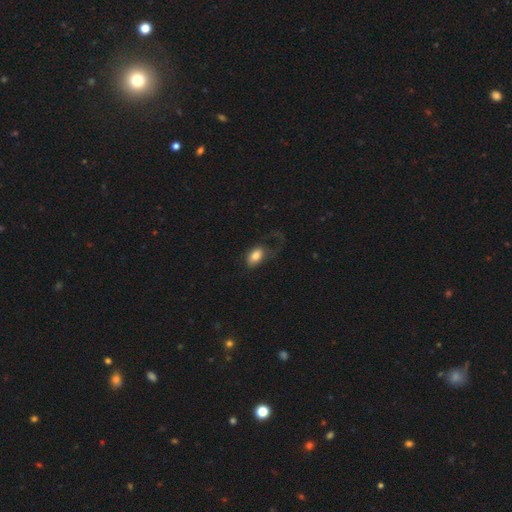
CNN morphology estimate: Smooth or featured? smooth (78%)
How rounded? in between (90%)
Merging? none (40%)